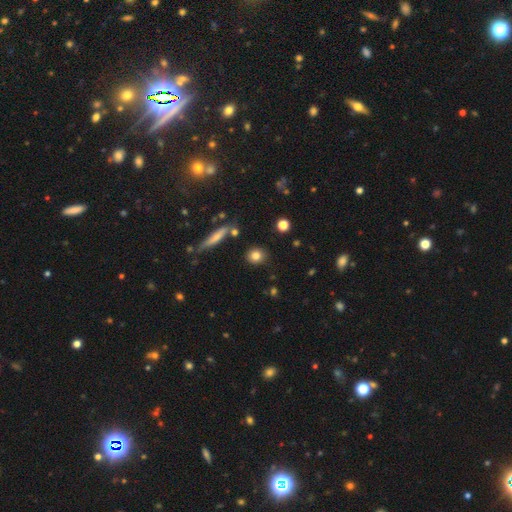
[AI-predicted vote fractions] Smooth or featured? smooth (81%)
How rounded? round (79%)
Merging? none (85%)